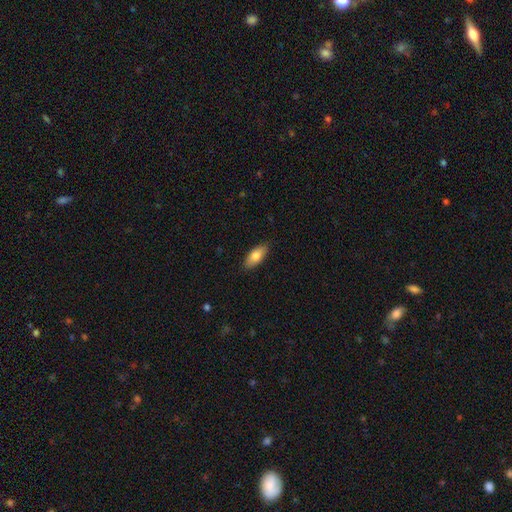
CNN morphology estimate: smooth_or_featured: smooth (p=0.79) [alt: featured or disk p=0.15]
how_rounded: in between (p=0.83) [alt: cigar-shaped p=0.14]
merging: none (p=0.87) [alt: minor disturbance p=0.10]